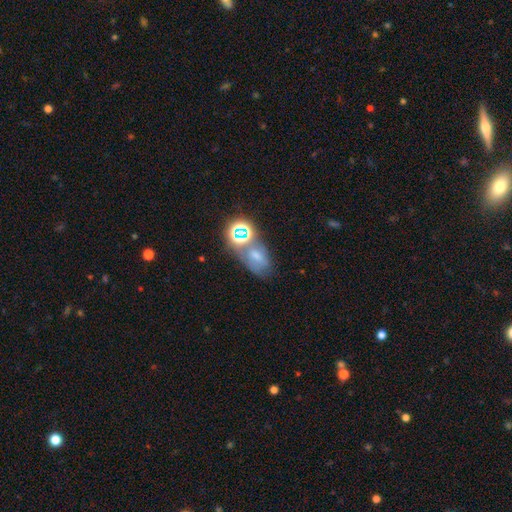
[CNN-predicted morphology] smooth_or_featured: smooth (p=0.46) [alt: star or artifact p=0.31]
merging: none (p=0.41) [alt: merger p=0.28]